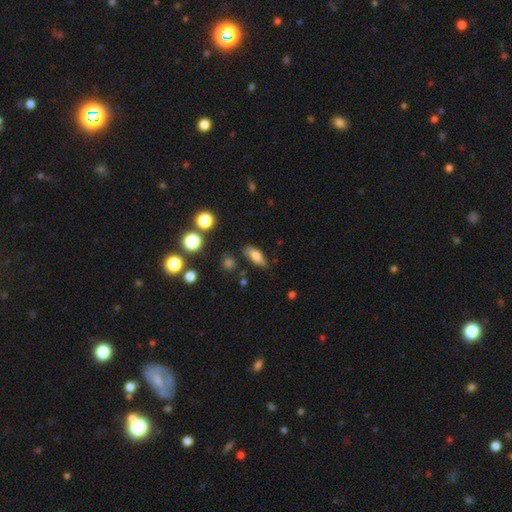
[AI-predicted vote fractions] Smooth or featured? smooth (69%)
How rounded? in between (68%)
Merging? none (68%)